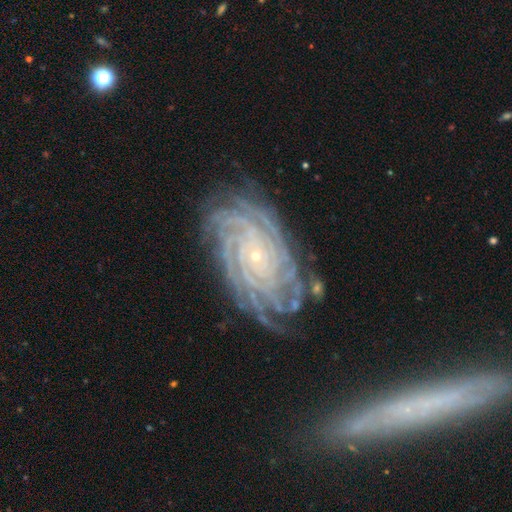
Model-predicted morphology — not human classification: Smooth or featured? featured or disk (91%)
Edge-on disk? no (97%)
Bar? no (75%)
Spiral arms? yes (99%)
Spiral winding? tight (87%)
Spiral arm count? more than 4 (40%)
Bulge size? small (87%)
Merging? none (76%)